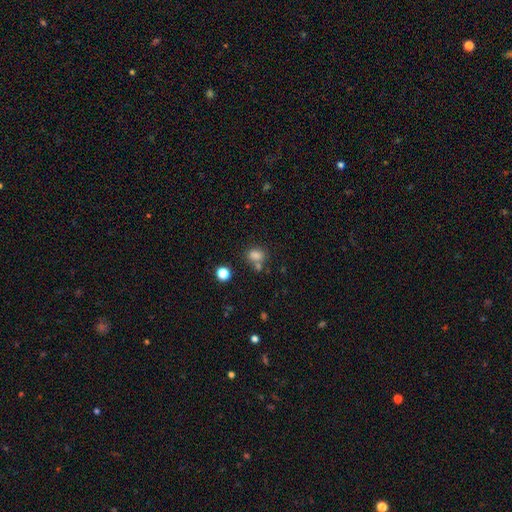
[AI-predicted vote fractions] A smooth galaxy with no disk features (79%) that is in between round and cigar-shaped (63%).

Vote fractions:
- Smooth or featured? smooth: 79% / star or artifact: 15% / featured or disk: 7%
- How rounded? in between: 63% / round: 35% / cigar-shaped: 2%
- Merging? none: 57% / merger: 24% / minor disturbance: 14% / major disturbance: 6%